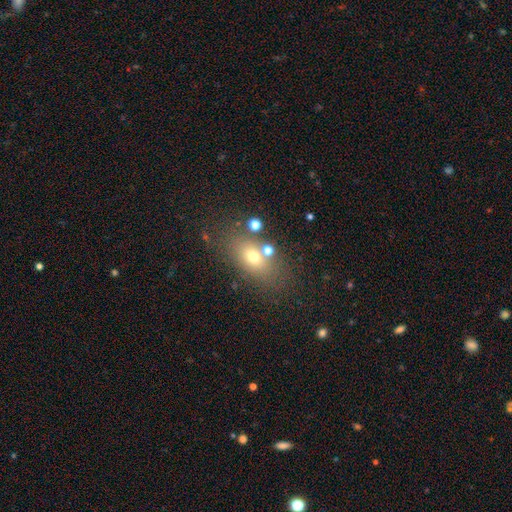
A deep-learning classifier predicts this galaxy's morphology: type=smooth (65%); roundness=in between (75%); merging=none (71%).